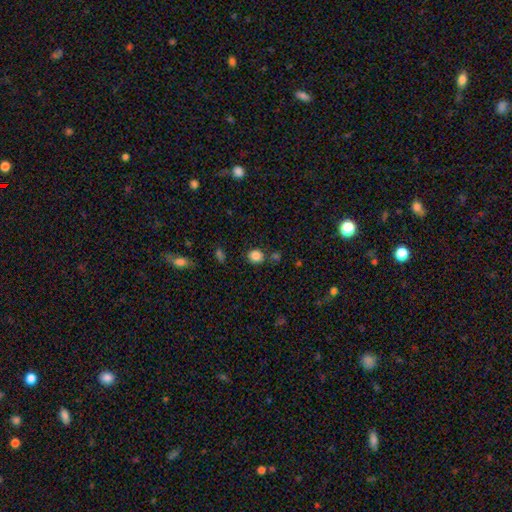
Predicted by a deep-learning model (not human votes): Overall: smooth (85%). How rounded: round (81%). Merging: none (78%).